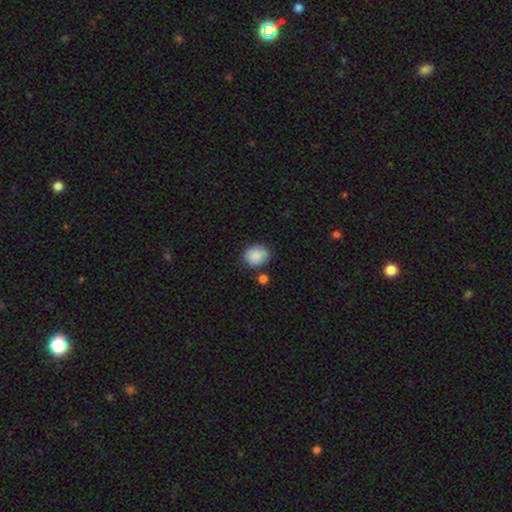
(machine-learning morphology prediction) A smooth galaxy with no disk features (86%) that is round (75%).

Vote fractions:
- Smooth or featured? smooth: 86% / star or artifact: 8% / featured or disk: 6%
- How rounded? round: 75% / in between: 24% / cigar-shaped: 1%
- Merging? none: 74% / minor disturbance: 15% / merger: 7% / major disturbance: 4%